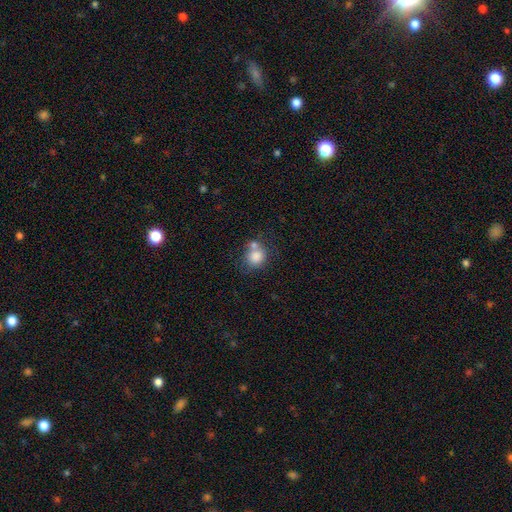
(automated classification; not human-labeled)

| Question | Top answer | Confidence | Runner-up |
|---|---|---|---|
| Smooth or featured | smooth | 81% | star or artifact (10%) |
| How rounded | round | 78% | in between (21%) |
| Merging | none | 49% | merger (33%) |